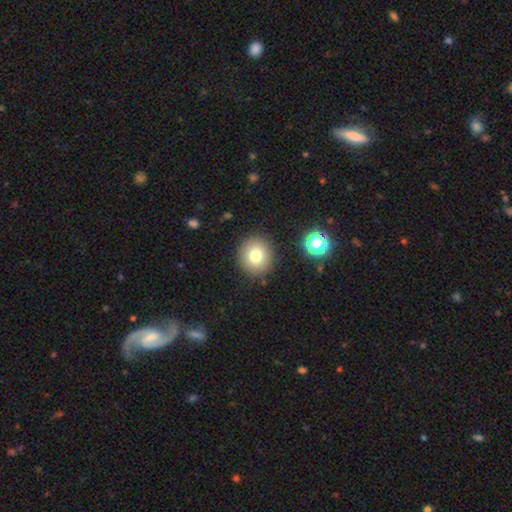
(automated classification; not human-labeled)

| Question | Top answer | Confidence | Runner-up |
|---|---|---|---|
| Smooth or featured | smooth | 75% | star or artifact (13%) |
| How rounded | round | 90% | in between (9%) |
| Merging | none | 89% | minor disturbance (6%) |